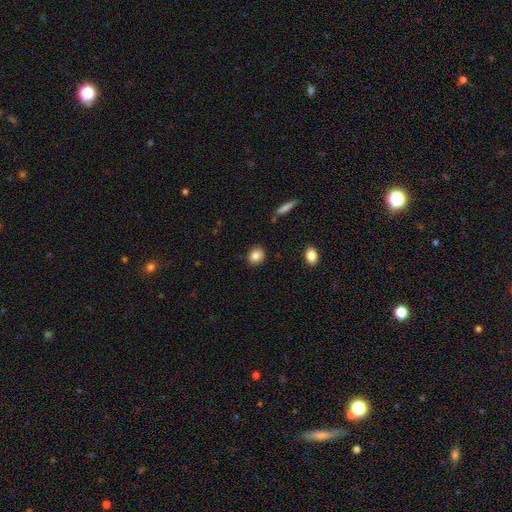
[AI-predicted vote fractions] A smooth galaxy with no disk features (85%) that is round (72%).

Vote fractions:
- Smooth or featured? smooth: 85% / star or artifact: 9% / featured or disk: 6%
- How rounded? round: 72% / in between: 26% / cigar-shaped: 1%
- Merging? none: 87% / minor disturbance: 10% / major disturbance: 2% / merger: 2%